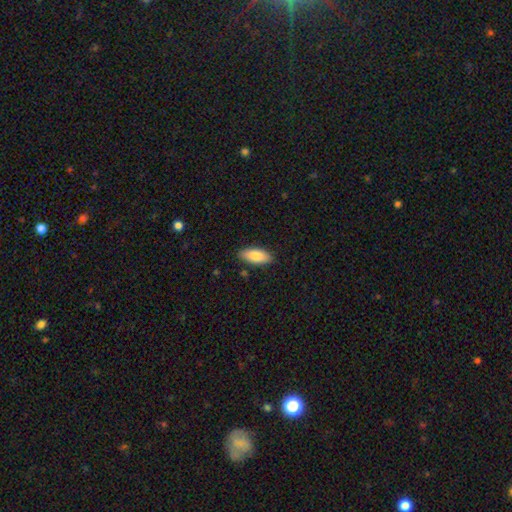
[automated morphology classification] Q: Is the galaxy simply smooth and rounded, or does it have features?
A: smooth — 85%.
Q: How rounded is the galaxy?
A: in between — 85%.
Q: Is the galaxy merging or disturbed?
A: none — 86%.